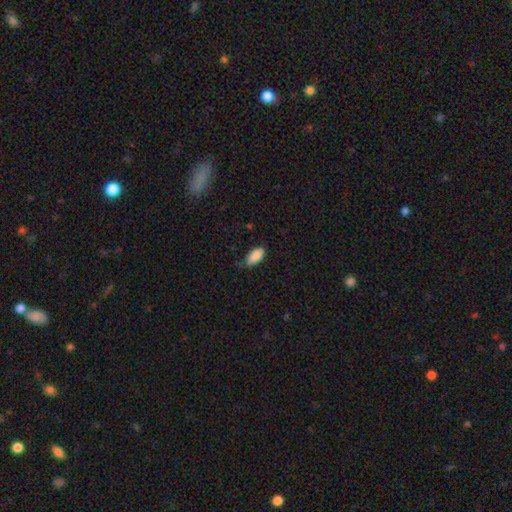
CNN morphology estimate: smooth 89%, star or artifact 7%, featured or disk 5%. Down the decision tree: how rounded — in between (91%); merging — none (68%).